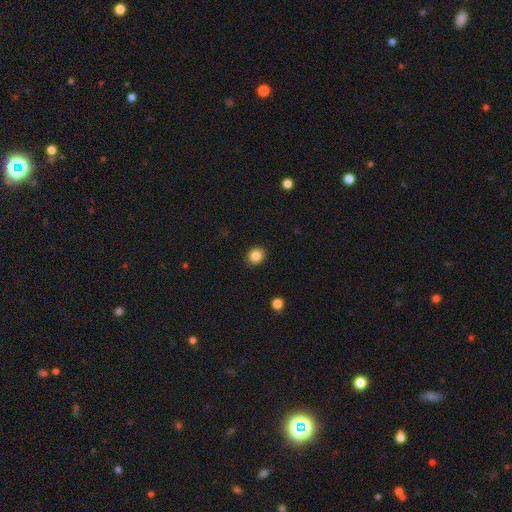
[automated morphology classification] Smooth or featured: smooth — 85% (star or artifact — 10%)
How rounded: round — 68% (in between — 31%)
Merging: none — 90% (minor disturbance — 7%)